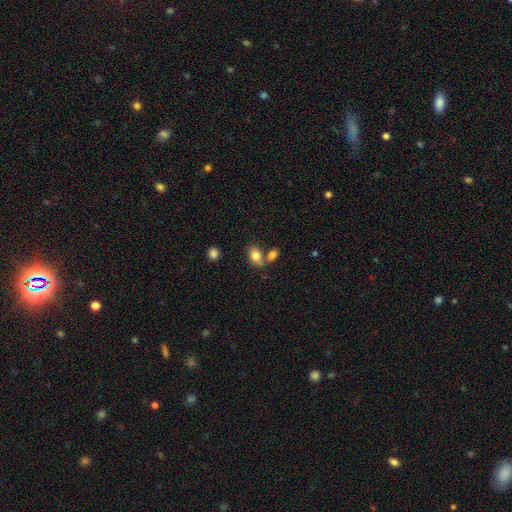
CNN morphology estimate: A smooth galaxy with no disk features (82%) that is in between round and cigar-shaped (84%).

Vote fractions:
- Smooth or featured? smooth: 82% / featured or disk: 9% / star or artifact: 9%
- How rounded? in between: 84% / round: 14% / cigar-shaped: 2%
- Merging? none: 48% / merger: 35% / minor disturbance: 12% / major disturbance: 4%